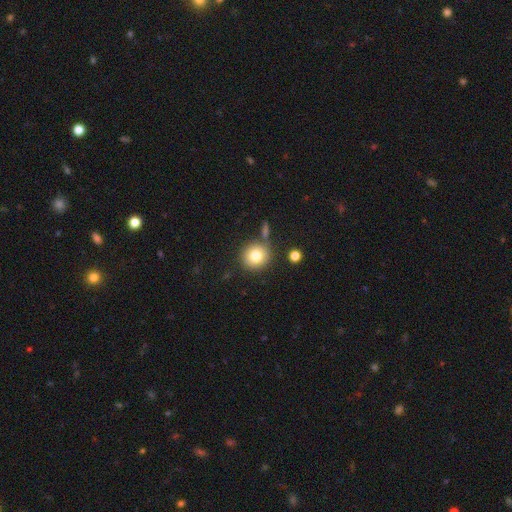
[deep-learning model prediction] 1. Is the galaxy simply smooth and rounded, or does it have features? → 78% smooth, 11% star or artifact, 11% featured or disk.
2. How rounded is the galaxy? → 90% round, 9% in between, 1% cigar-shaped.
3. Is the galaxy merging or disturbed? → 79% none, 10% minor disturbance, 8% merger, 3% major disturbance.